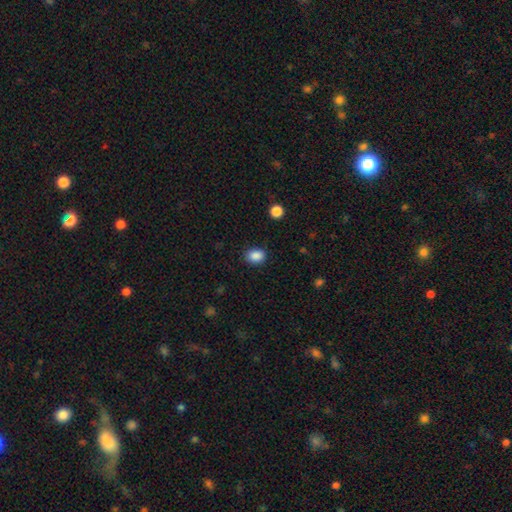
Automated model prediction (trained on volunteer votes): Morphology: type=smooth (88%); roundness=in between (62%); merging=none (85%).